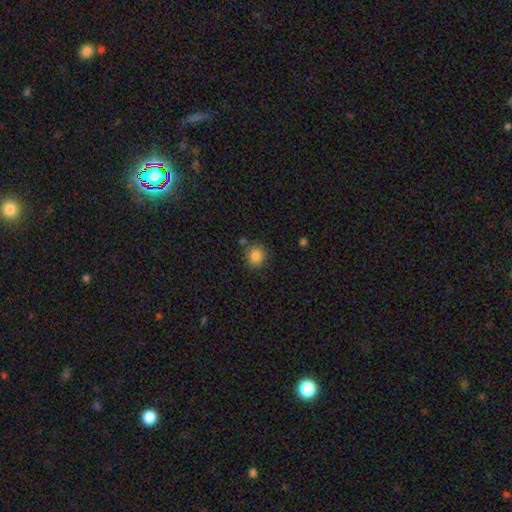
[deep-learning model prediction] A smooth galaxy with no disk features (84%) that is round (82%).

Vote fractions:
- Smooth or featured? smooth: 84% / star or artifact: 11% / featured or disk: 5%
- How rounded? round: 82% / in between: 17% / cigar-shaped: 1%
- Merging? none: 81% / minor disturbance: 11% / merger: 5% / major disturbance: 3%